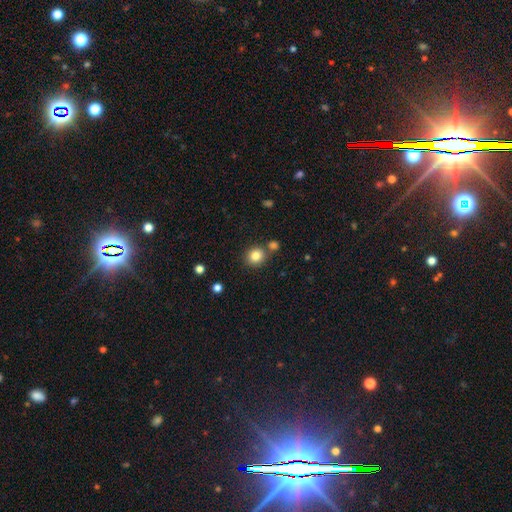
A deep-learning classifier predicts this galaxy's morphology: A smooth galaxy with no disk features (83%) that is round (83%).

Vote fractions:
- Smooth or featured? smooth: 83% / star or artifact: 11% / featured or disk: 6%
- How rounded? round: 83% / in between: 16% / cigar-shaped: 1%
- Merging? none: 76% / merger: 12% / minor disturbance: 9% / major disturbance: 3%